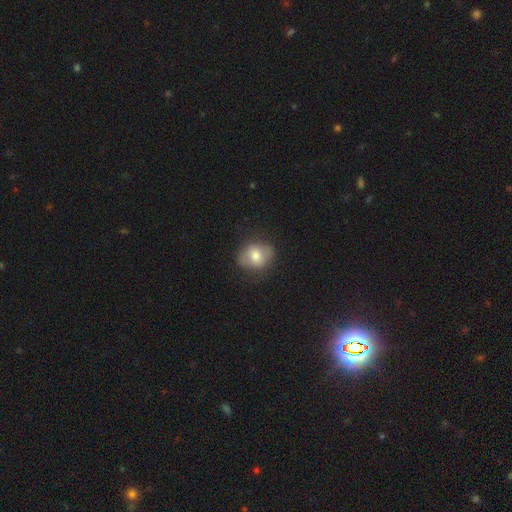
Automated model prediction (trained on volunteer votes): This appears to be a smooth galaxy with no disk features (68%) that is round (59%). Merging: none (79%).